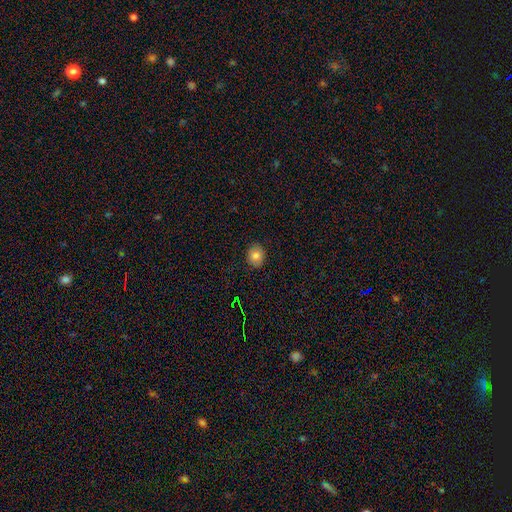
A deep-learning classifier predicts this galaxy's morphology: A smooth galaxy with no disk features (81%) that is round (64%). Merging: none (88%).